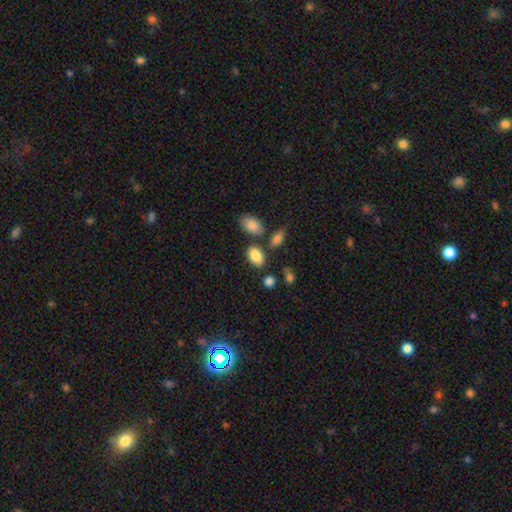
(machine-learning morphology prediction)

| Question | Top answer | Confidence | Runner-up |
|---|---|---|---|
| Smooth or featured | smooth | 84% | star or artifact (8%) |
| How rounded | in between | 88% | round (10%) |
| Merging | none | 73% | minor disturbance (13%) |